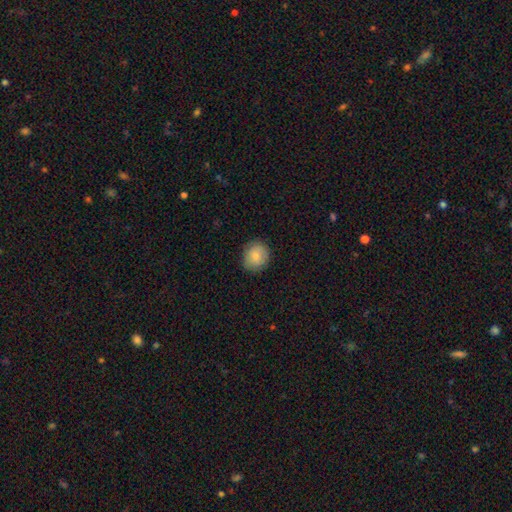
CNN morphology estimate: Smooth or featured?
  - smooth: 83% *
  - featured or disk: 9%
  - star or artifact: 7%
How rounded?
  - round: 81% *
  - in between: 18%
  - cigar-shaped: 1%
Merging?
  - none: 84% *
  - minor disturbance: 13%
  - major disturbance: 3%
  - merger: 1%